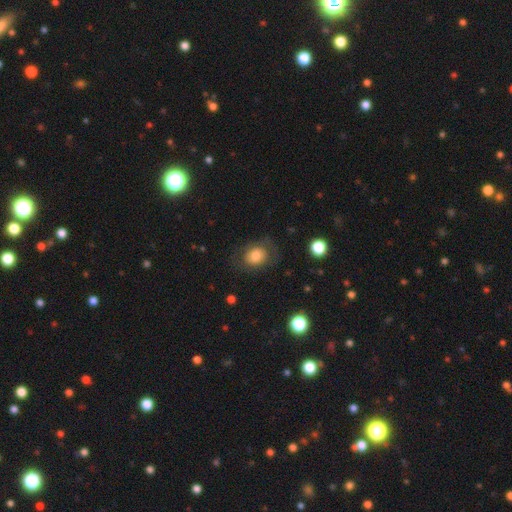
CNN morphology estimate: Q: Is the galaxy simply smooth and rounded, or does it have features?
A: smooth — 73%.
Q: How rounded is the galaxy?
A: round — 52%.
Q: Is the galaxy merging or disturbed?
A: none — 70%.